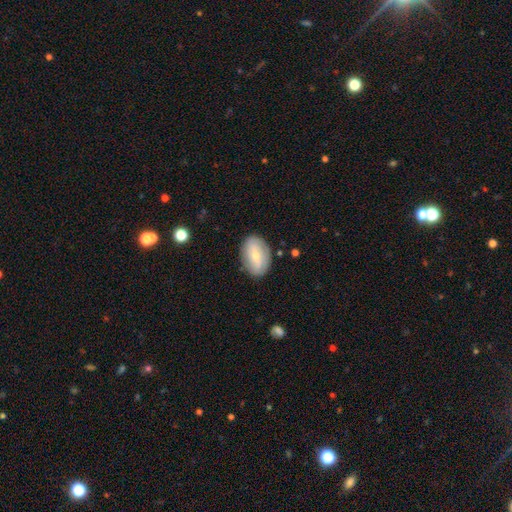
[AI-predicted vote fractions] Morphology: type=smooth (58%); roundness=in between (83%); merging=none (83%).